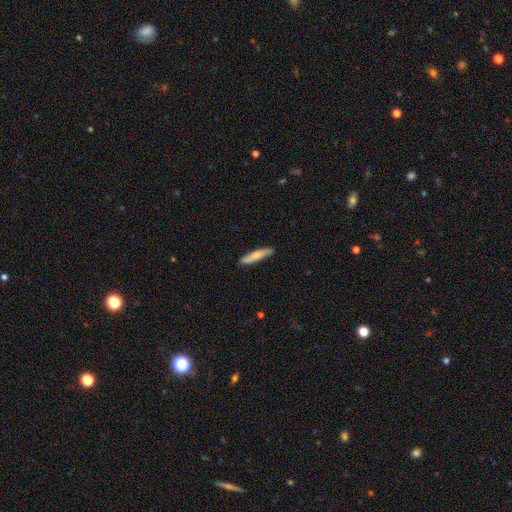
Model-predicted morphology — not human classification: This is likely a smooth galaxy (66%). How rounded: clearly cigar-shaped (90%). Merging: clearly none (87%).